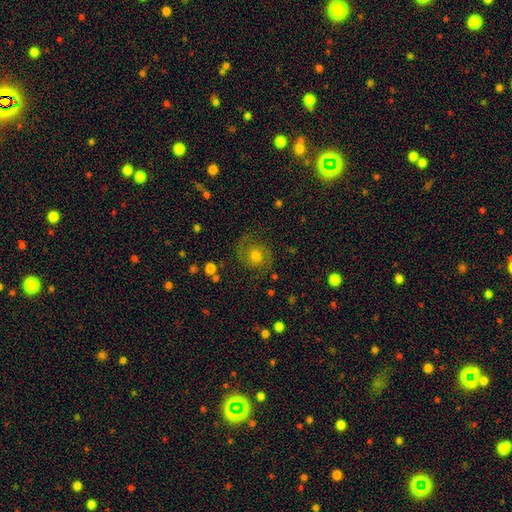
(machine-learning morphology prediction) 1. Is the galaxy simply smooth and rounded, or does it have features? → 60% featured or disk, 26% smooth, 13% star or artifact.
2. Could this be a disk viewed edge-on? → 98% no, 2% yes.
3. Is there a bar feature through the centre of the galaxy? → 70% no, 26% weak, 4% strong.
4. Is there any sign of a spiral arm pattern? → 89% yes, 11% no.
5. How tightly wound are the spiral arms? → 51% medium, 30% tight, 19% loose.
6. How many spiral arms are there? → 87% 2, 6% can't tell, 3% 1, 2% 3, 1% 4, 1% more than 4.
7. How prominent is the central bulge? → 63% moderate, 17% small, 15% large, 3% none, 2% dominant.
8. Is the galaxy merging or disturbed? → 78% none, 13% minor disturbance, 7% major disturbance, 2% merger.